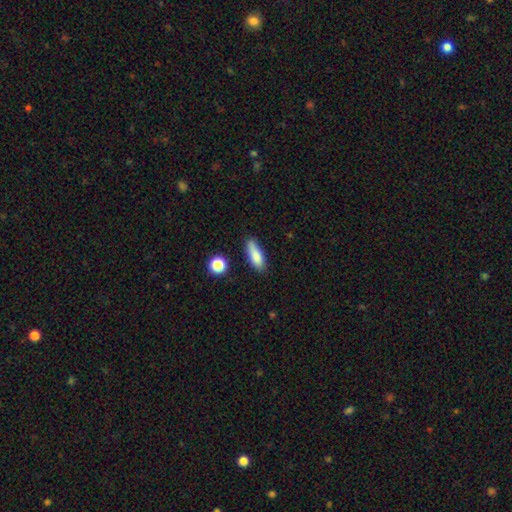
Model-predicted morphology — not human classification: The model was most divided on "how rounded": in between: 56%, cigar-shaped: 40%, round: 3%. More confident: smooth or featured — smooth (83%); merging — none (72%).